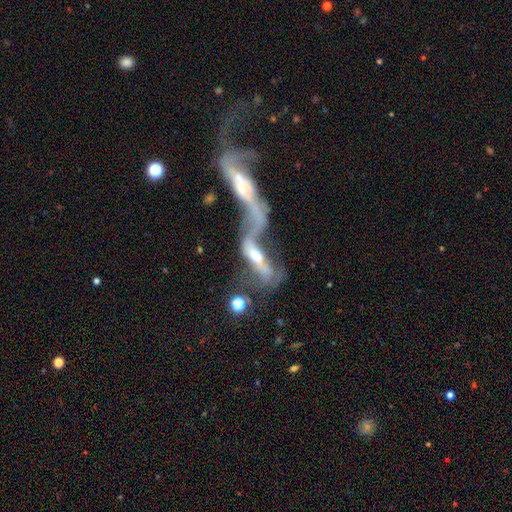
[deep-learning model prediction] Q: Smooth or featured?
A: featured or disk (62%); runner-up: smooth (28%)
Q: Edge-on disk?
A: no (69%); runner-up: yes (31%)
Q: Merging?
A: merger (75%); runner-up: major disturbance (16%)